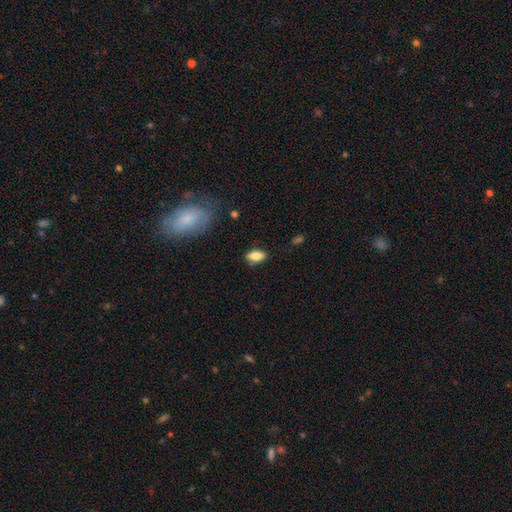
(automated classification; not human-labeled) This is likely a smooth galaxy (77%). How rounded: clearly in between (87%). Merging: clearly none (82%).